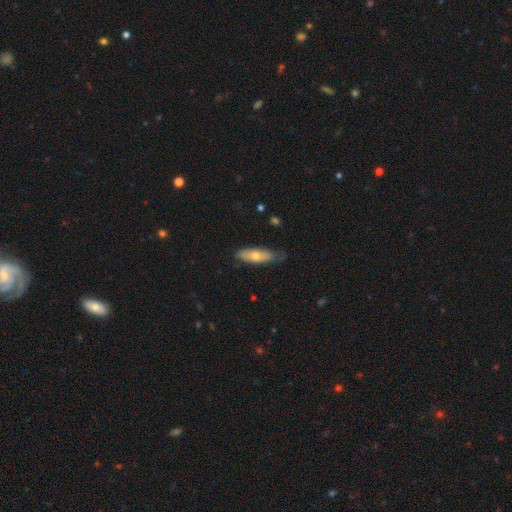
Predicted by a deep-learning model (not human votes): Smooth or featured?
  - smooth: 61% *
  - featured or disk: 33%
  - star or artifact: 6%
How rounded?
  - cigar-shaped: 52% *
  - in between: 45%
  - round: 2%
Merging?
  - none: 68% *
  - minor disturbance: 26%
  - major disturbance: 5%
  - merger: 1%